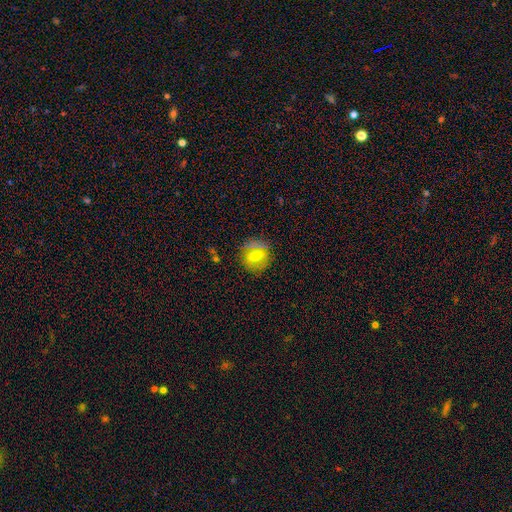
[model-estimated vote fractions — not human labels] Smooth or featured?
  - smooth: 58% *
  - featured or disk: 29%
  - star or artifact: 14%
How rounded?
  - round: 79% *
  - in between: 18%
  - cigar-shaped: 3%
Merging?
  - none: 83% *
  - minor disturbance: 11%
  - major disturbance: 4%
  - merger: 2%